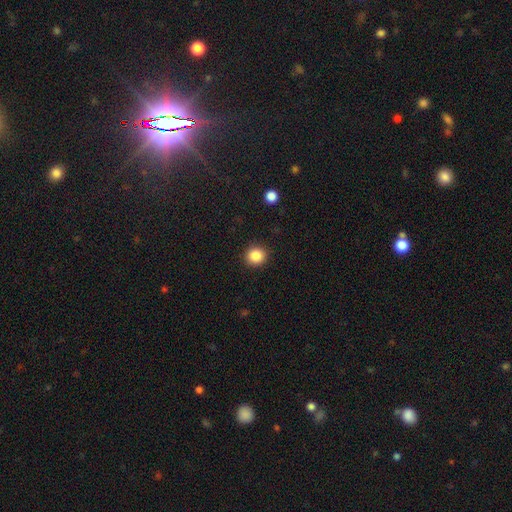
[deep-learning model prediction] Smooth or featured: smooth — 86% (star or artifact — 10%)
How rounded: round — 88% (in between — 11%)
Merging: none — 91% (minor disturbance — 6%)